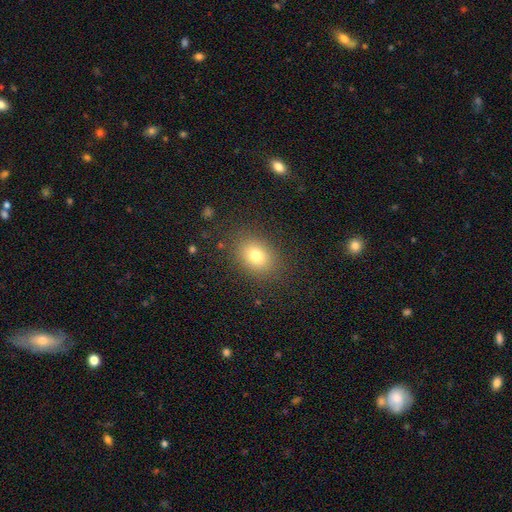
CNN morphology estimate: smooth 76%, star or artifact 13%, featured or disk 11%. Down the decision tree: how rounded — in between (62%); merging — none (85%).